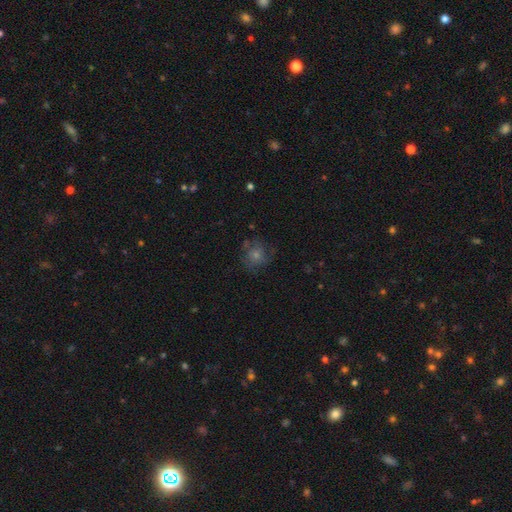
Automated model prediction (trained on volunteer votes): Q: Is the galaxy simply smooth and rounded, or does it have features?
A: smooth — 44%.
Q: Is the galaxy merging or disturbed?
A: none — 72%.